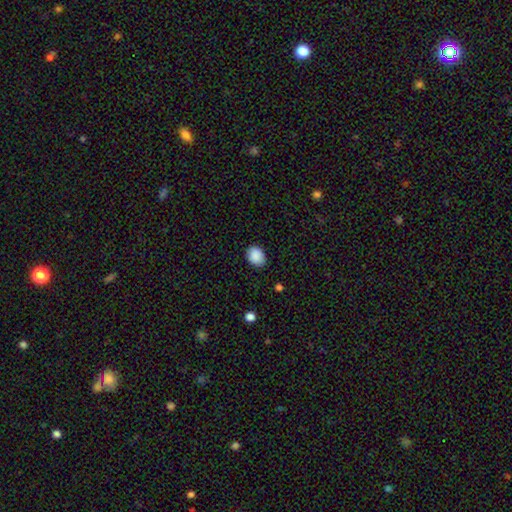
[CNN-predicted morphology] type=smooth (89%); roundness=in between (57%); merging=none (84%).